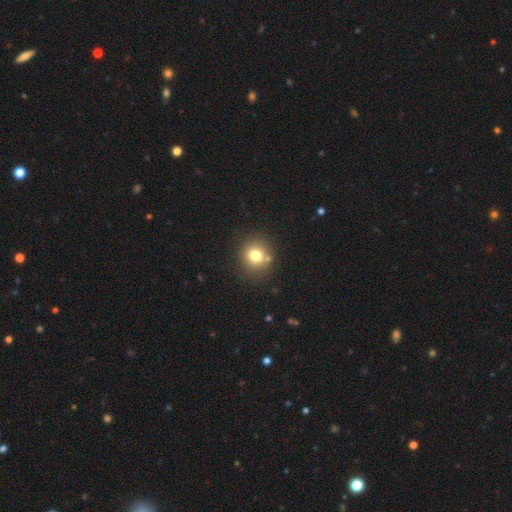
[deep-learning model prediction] Morphology: type=smooth (77%); roundness=round (85%); merging=none (79%).